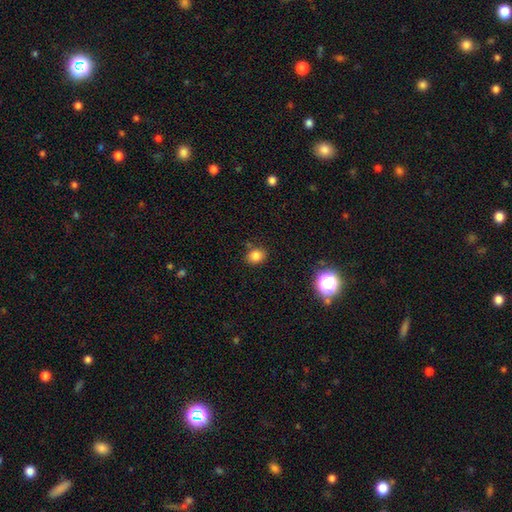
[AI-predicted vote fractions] Smooth or featured? Predicted: smooth (p=0.82). How rounded? Predicted: in between (p=0.50). Merging? Predicted: none (p=0.80).